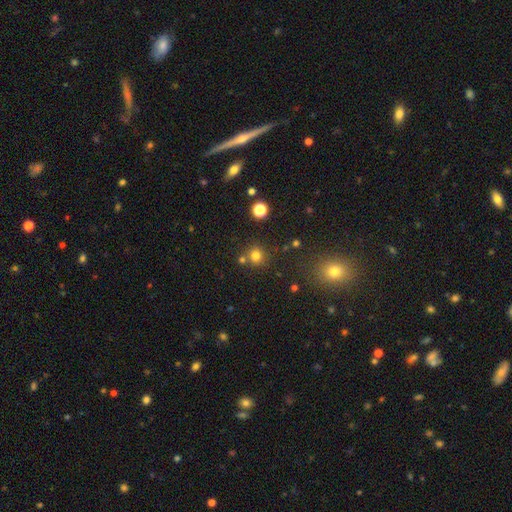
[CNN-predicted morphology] Smooth or featured: smooth — 76% (star or artifact — 17%)
How rounded: round — 91% (in between — 8%)
Merging: none — 75% (merger — 13%)